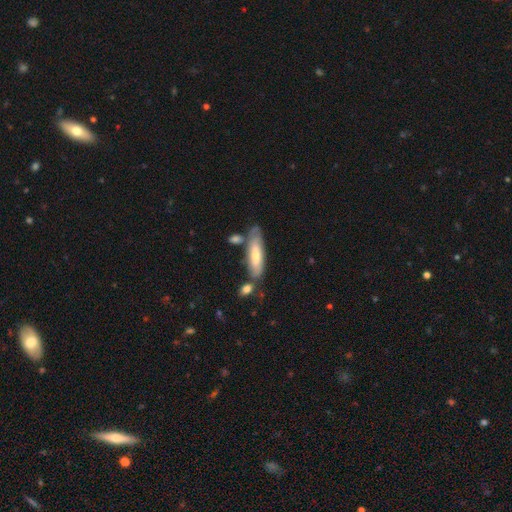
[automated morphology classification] Overall: smooth (59%; featured or disk 36%). How rounded: cigar-shaped (50%; in between 48%). Merging: none (59%; minor disturbance 21%).